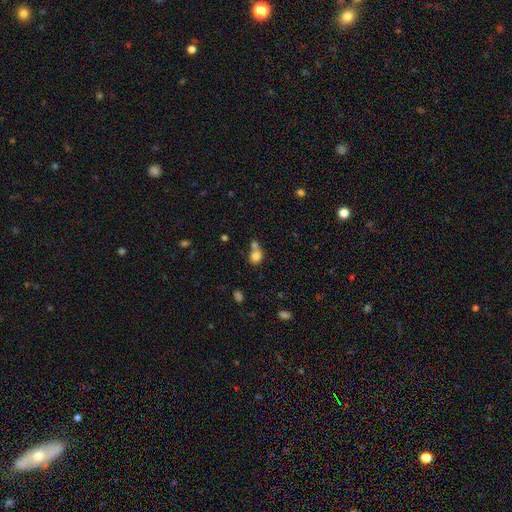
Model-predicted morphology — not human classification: smooth-or-featured: smooth: 79% | star or artifact: 11% | featured or disk: 10%
  how-rounded: round: 67% | in between: 32% | cigar-shaped: 1%
  merging: merger: 48% | none: 37% | minor disturbance: 10% | major disturbance: 5%